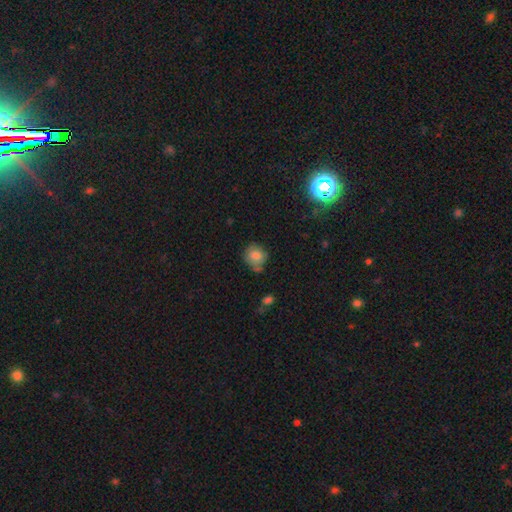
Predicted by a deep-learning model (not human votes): smooth 77%, featured or disk 13%, star or artifact 10%. Down the decision tree: how rounded — round (74%); merging — none (62%).